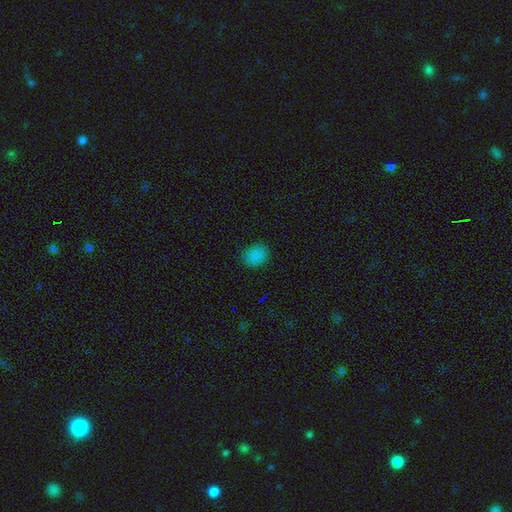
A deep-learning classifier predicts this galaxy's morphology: This is clearly a smooth galaxy (82%). How rounded: possibly round (58%). Merging: clearly none (86%).